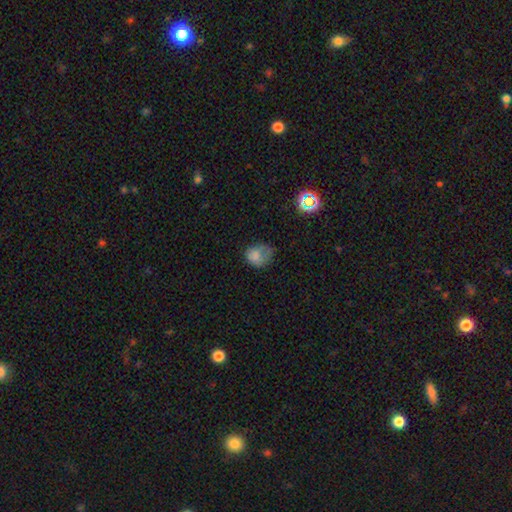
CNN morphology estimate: This is likely a smooth galaxy (73%). How rounded: possibly round (55%). Merging: marginally none (36%).